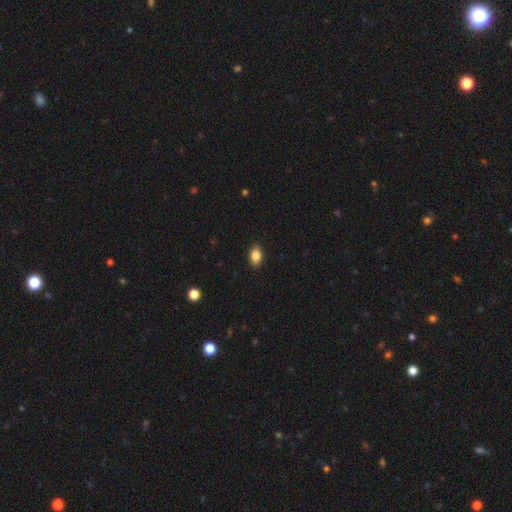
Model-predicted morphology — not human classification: A smooth galaxy with no disk features (86%) that is in between round and cigar-shaped (87%). Merging: none (89%).